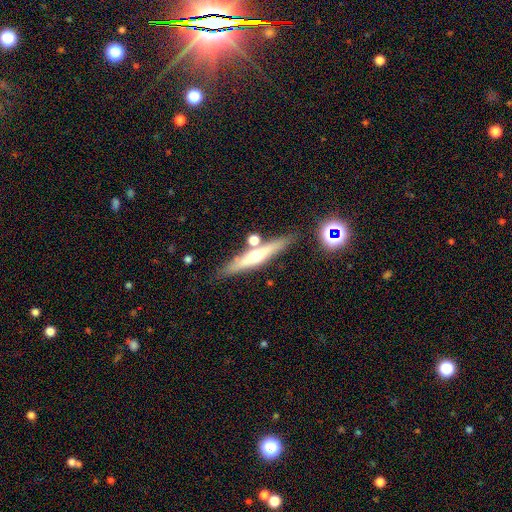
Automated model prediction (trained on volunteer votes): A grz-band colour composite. It shows a featured or disk galaxy (56%) viewed edge-on (92%) with a rounded central bulge (87%). Merging: none (79%).